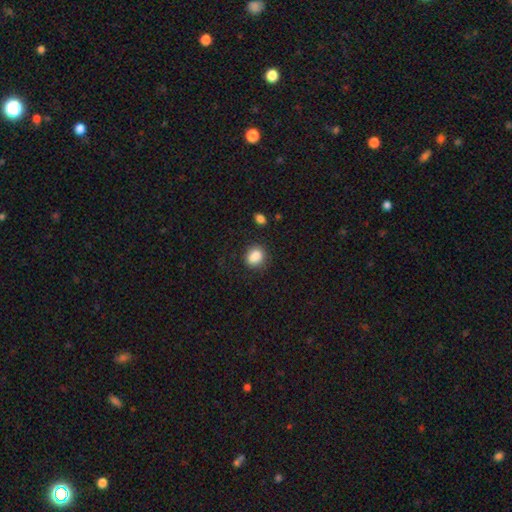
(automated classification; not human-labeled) Morphology: type=smooth (85%); roundness=round (63%); merging=none (69%).